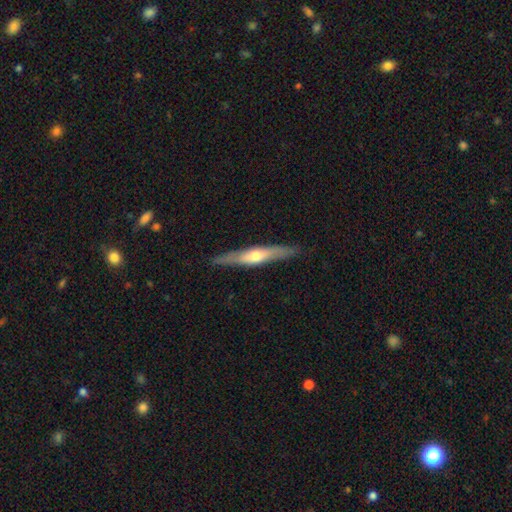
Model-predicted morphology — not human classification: Smooth or featured? featured or disk (59%)
Edge-on disk? yes (90%)
Edge-on bulge? rounded (83%)
Merging? none (87%)